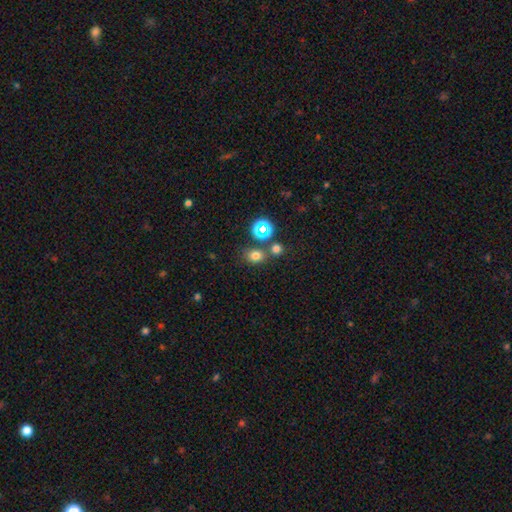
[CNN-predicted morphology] Smooth or featured?
  - smooth: 72% *
  - star or artifact: 20%
  - featured or disk: 7%
How rounded?
  - round: 60% *
  - in between: 39%
  - cigar-shaped: 1%
Merging?
  - none: 67% *
  - merger: 19%
  - minor disturbance: 10%
  - major disturbance: 4%